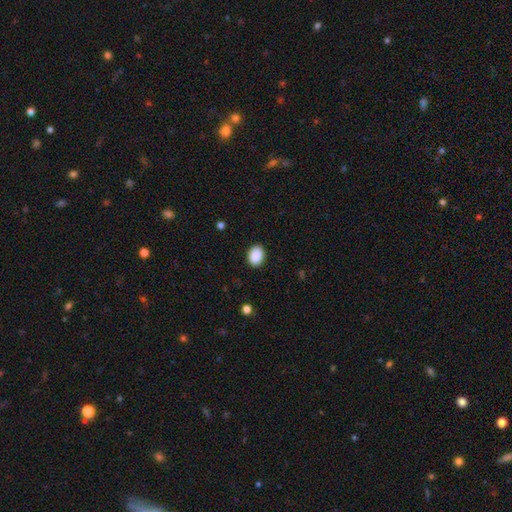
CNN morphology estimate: A smooth galaxy with no disk features (90%) that is in between round and cigar-shaped (72%). Merging: none (90%).